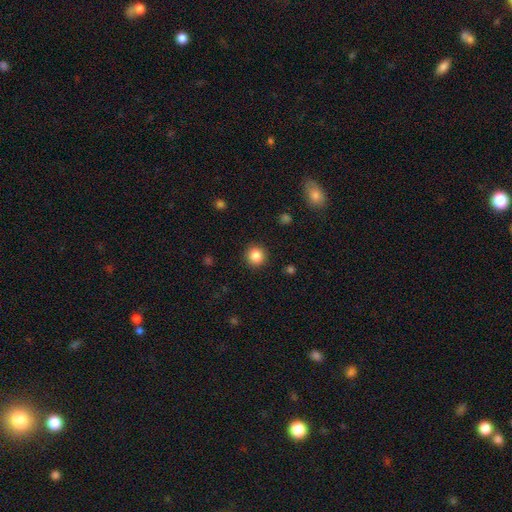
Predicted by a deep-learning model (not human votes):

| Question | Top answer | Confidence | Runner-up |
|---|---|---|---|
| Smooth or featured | smooth | 85% | star or artifact (10%) |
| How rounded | round | 94% | in between (5%) |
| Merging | none | 91% | minor disturbance (5%) |